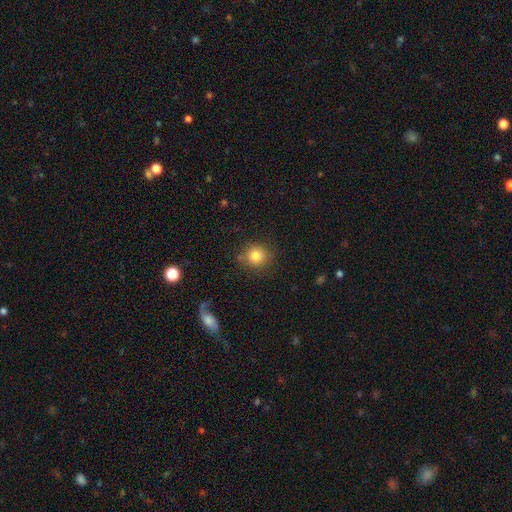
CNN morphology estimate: This is clearly a smooth galaxy (82%). How rounded: clearly round (89%). Merging: clearly none (84%).